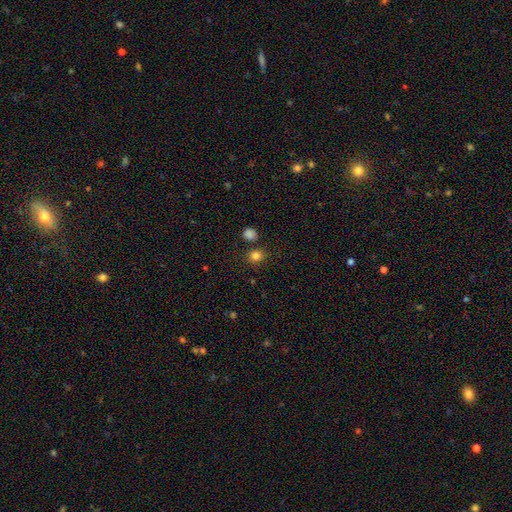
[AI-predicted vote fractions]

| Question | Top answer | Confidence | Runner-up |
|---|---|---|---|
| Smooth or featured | smooth | 82% | star or artifact (14%) |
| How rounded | round | 85% | in between (14%) |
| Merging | none | 81% | merger (8%) |